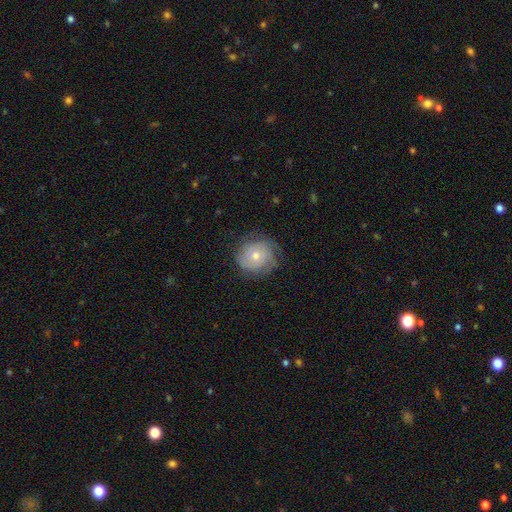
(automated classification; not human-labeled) featured or disk 54%, smooth 37%, star or artifact 9%. Down the decision tree: edge-on disk — no (97%); bar — no (85%); spiral arms — yes (81%); bulge size — small (53%); merging — none (74%).